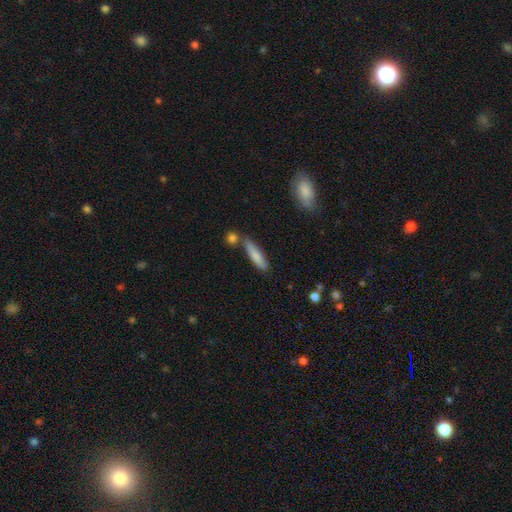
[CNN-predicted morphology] This appears to be a smooth galaxy with no disk features (79%) that is cigar-shaped (74%). Merging: none (71%).